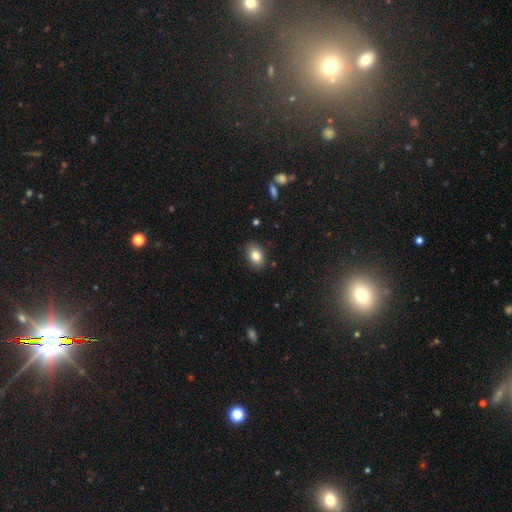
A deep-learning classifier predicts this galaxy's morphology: A smooth galaxy with no disk features (83%) that is in between round and cigar-shaped (81%).

Vote fractions:
- Smooth or featured? smooth: 83% / star or artifact: 8% / featured or disk: 8%
- How rounded? in between: 81% / round: 17% / cigar-shaped: 1%
- Merging? none: 86% / minor disturbance: 10% / major disturbance: 2% / merger: 1%